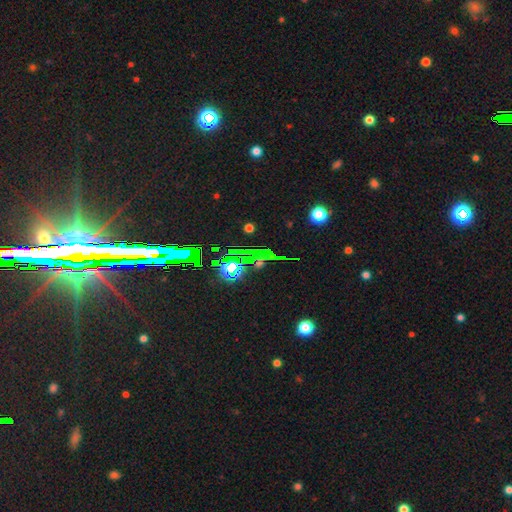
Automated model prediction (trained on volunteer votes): Smooth or featured? star or artifact (75%)